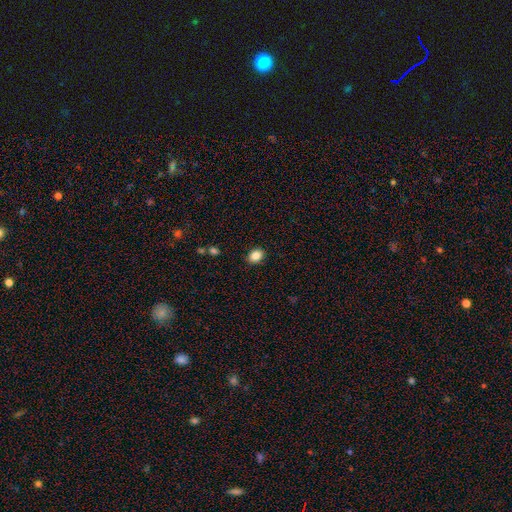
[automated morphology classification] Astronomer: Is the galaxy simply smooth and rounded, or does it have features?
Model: smooth — 86%.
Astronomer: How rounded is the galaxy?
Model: in between — 62% (runner-up: round, 37%).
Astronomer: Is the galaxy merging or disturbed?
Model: none — 90%.